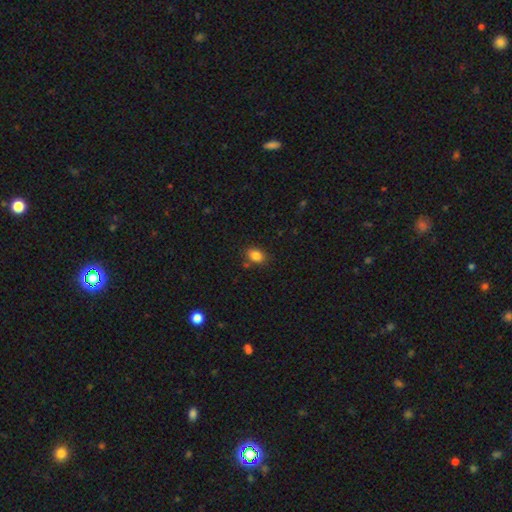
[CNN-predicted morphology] Smooth or featured? Predicted: smooth (p=0.84). How rounded? Predicted: in between (p=0.75). Merging? Predicted: none (p=0.77).